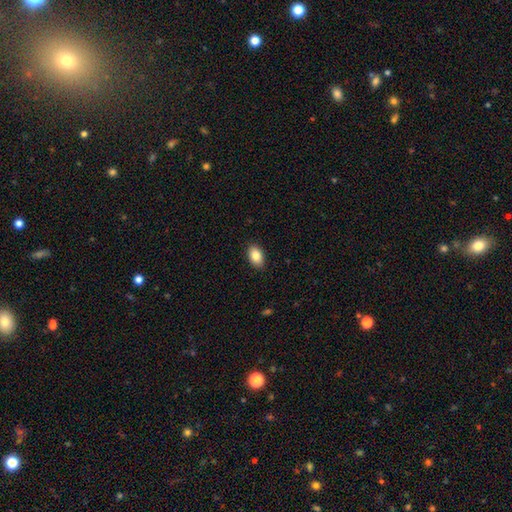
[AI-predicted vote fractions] smooth-or-featured: smooth: 85% | star or artifact: 8% | featured or disk: 7%
  how-rounded: in between: 90% | round: 8% | cigar-shaped: 1%
  merging: none: 88% | minor disturbance: 9% | major disturbance: 2% | merger: 1%